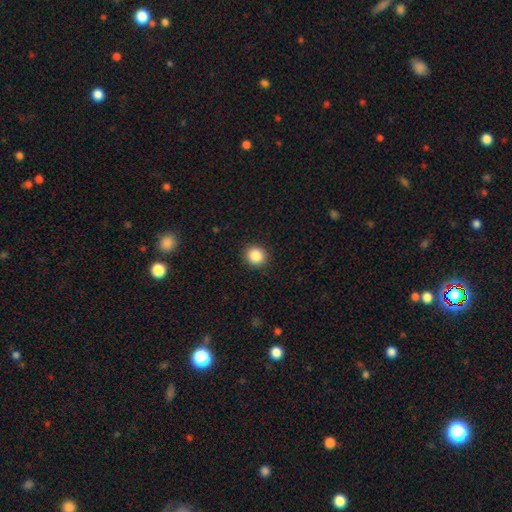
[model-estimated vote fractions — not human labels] This appears to be a smooth galaxy with no disk features (87%) that is round (88%). Merging: none (91%).